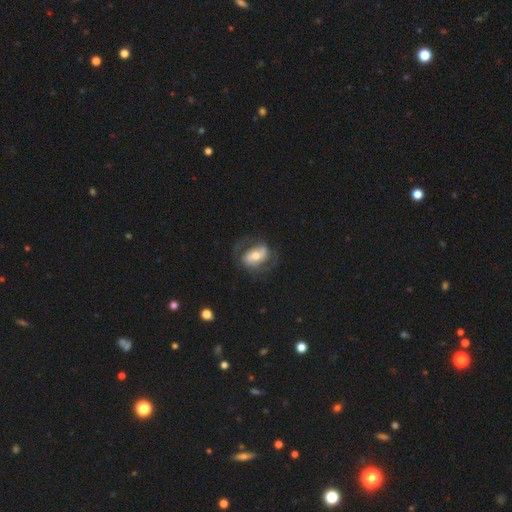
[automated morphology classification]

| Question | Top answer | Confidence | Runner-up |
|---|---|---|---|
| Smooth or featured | featured or disk | 63% | smooth (31%) |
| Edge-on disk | no | 95% | yes (5%) |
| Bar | weak | 35% | tied: no (35%) |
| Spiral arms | yes | 77% | no (23%) |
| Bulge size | moderate | 62% | small (23%) |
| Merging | none | 60% | minor disturbance (20%) |